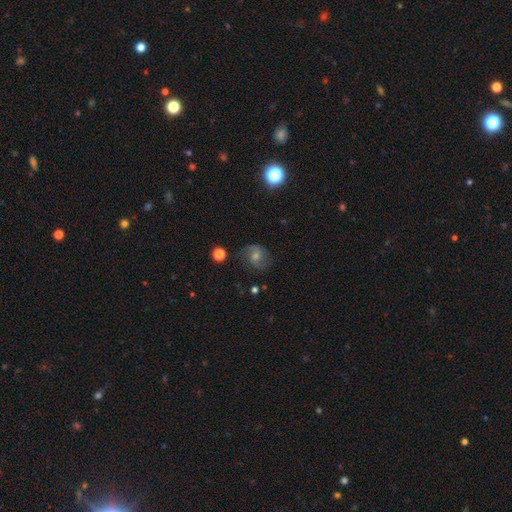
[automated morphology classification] featured or disk 55%, smooth 26%, star or artifact 19%. Down the decision tree: edge-on disk — no (97%); bar — no (56%); spiral arms — yes (87%); bulge size — moderate (55%); merging — none (76%).